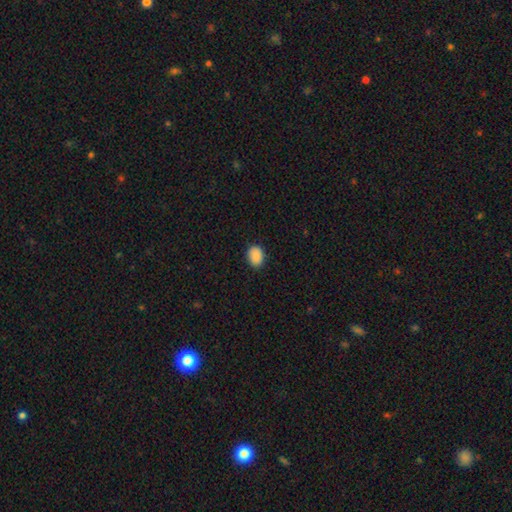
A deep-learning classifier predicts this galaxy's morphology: Smooth or featured? Predicted: smooth (p=0.90). How rounded? Predicted: in between (p=0.67). Merging? Predicted: none (p=0.88).